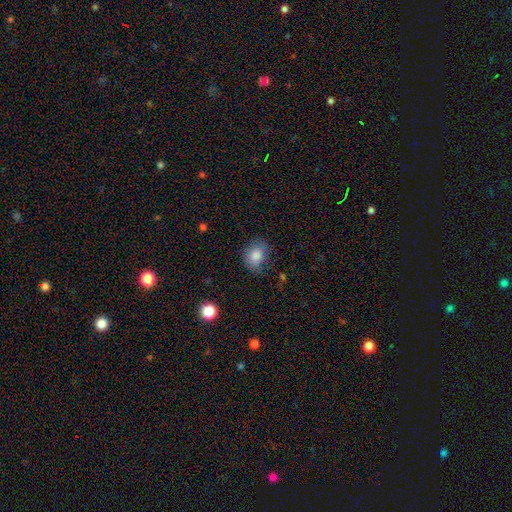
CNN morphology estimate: This appears to be a smooth galaxy with no disk features (84%) that is in between round and cigar-shaped (64%). Merging: none (72%).